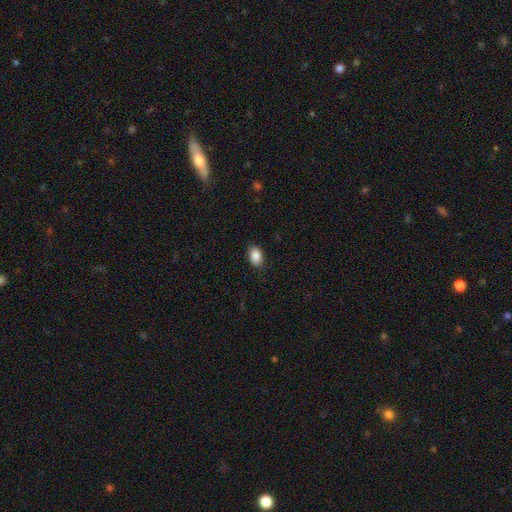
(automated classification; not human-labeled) The model was most divided on "how rounded": in between: 87%, round: 12%, cigar-shaped: 1%. More confident: smooth or featured — smooth (88%); merging — none (88%).